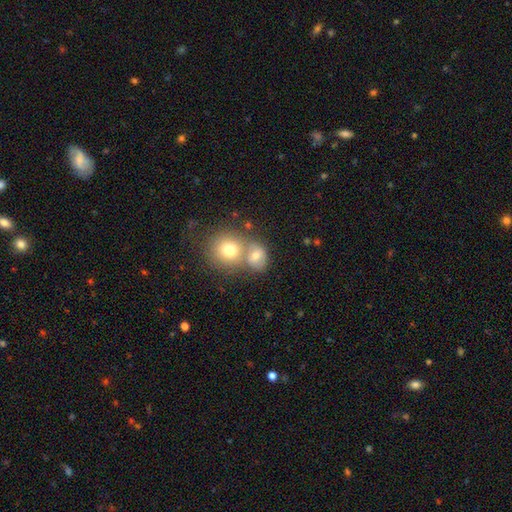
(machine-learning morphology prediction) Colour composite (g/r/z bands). It shows a smooth galaxy with no disk features (72%) that is round (69%). Merging: merger (47%).